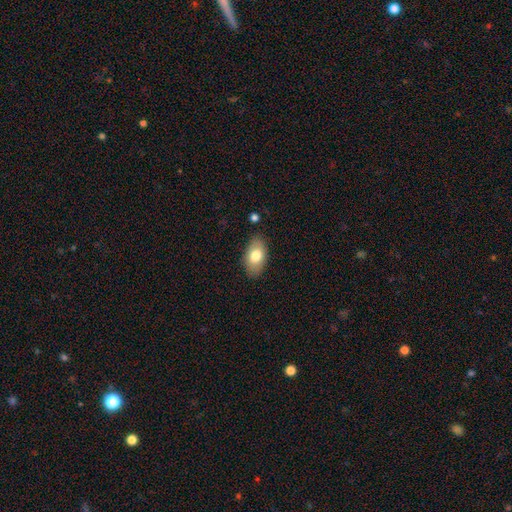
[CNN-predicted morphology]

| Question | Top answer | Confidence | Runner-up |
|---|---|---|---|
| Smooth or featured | smooth | 76% | featured or disk (17%) |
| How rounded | in between | 93% | round (6%) |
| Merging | none | 84% | minor disturbance (12%) |